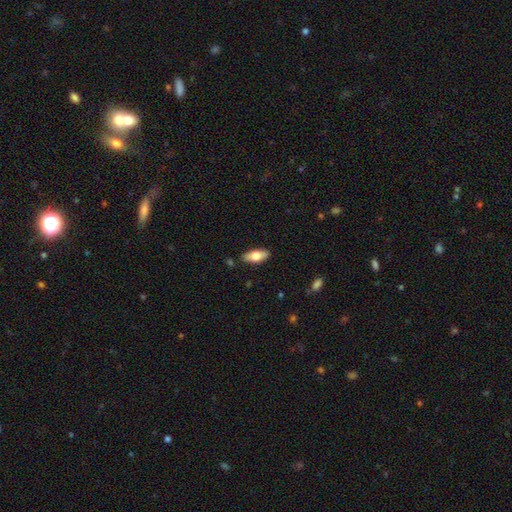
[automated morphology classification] smooth_or_featured: smooth (p=0.69) [alt: featured or disk p=0.24]
how_rounded: in between (p=0.81) [alt: cigar-shaped p=0.17]
merging: none (p=0.86) [alt: minor disturbance p=0.11]